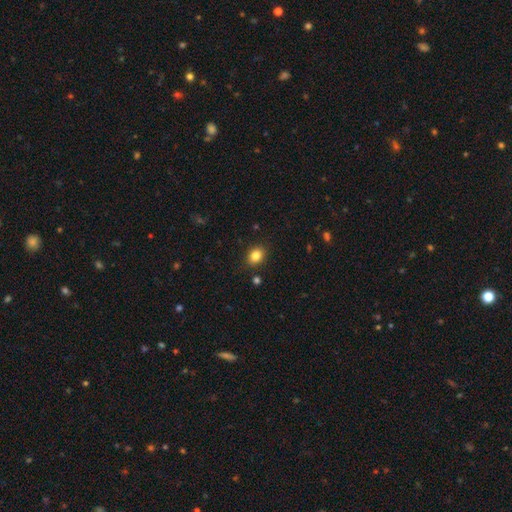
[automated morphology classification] Smooth or featured?
  - smooth: 84% *
  - star or artifact: 10%
  - featured or disk: 6%
How rounded?
  - in between: 54% *
  - round: 45%
  - cigar-shaped: 1%
Merging?
  - none: 87% *
  - minor disturbance: 9%
  - major disturbance: 2%
  - merger: 2%